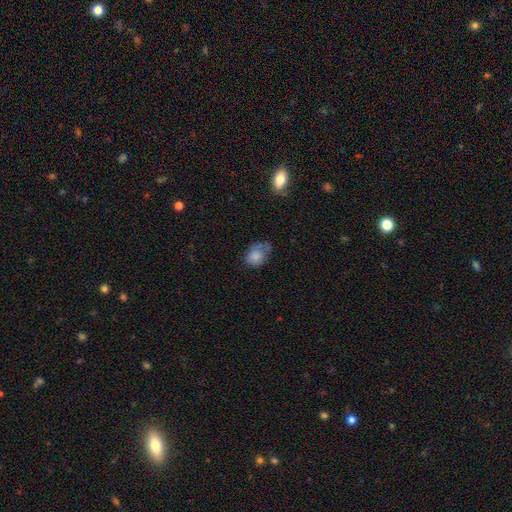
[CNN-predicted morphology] smooth_or_featured: smooth (p=0.76) [alt: featured or disk p=0.15]
how_rounded: in between (p=0.57) [alt: round p=0.42]
merging: none (p=0.39) [alt: minor disturbance p=0.32]